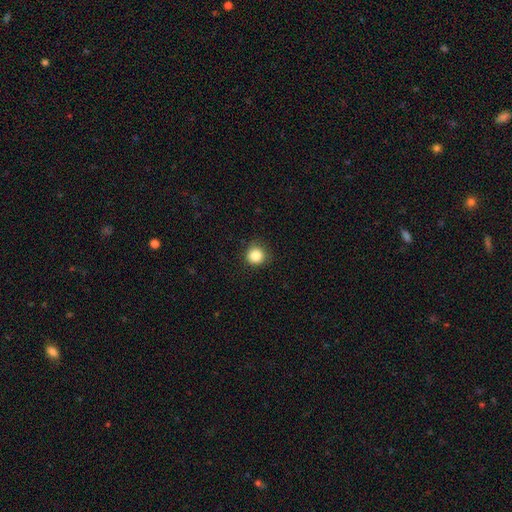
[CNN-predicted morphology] This appears to be a smooth galaxy with no disk features (86%) that is round (93%). Merging: none (85%).